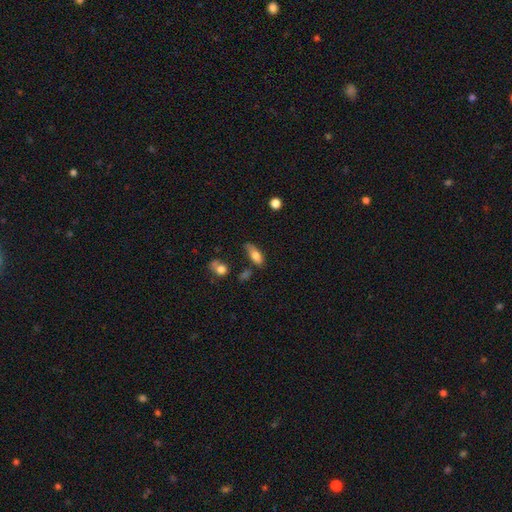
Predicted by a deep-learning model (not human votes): smooth_or_featured: smooth (p=0.73) [alt: featured or disk p=0.20]
how_rounded: in between (p=0.75) [alt: cigar-shaped p=0.21]
merging: none (p=0.52) [alt: minor disturbance p=0.30]